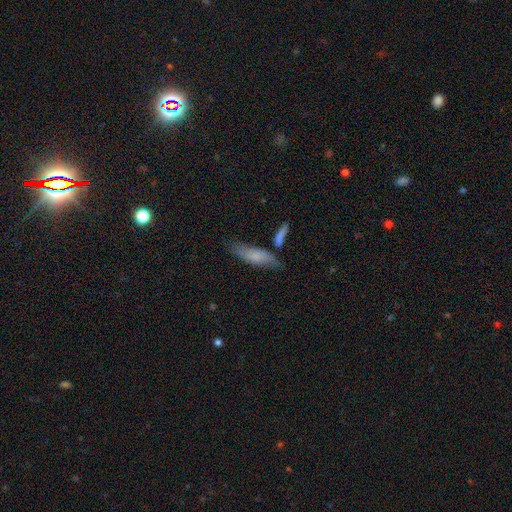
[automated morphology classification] Q: Smooth or featured?
A: smooth (68%); runner-up: featured or disk (26%)
Q: How rounded?
A: in between (49%); runner-up: cigar-shaped (48%)
Q: Merging?
A: none (57%); runner-up: minor disturbance (23%)